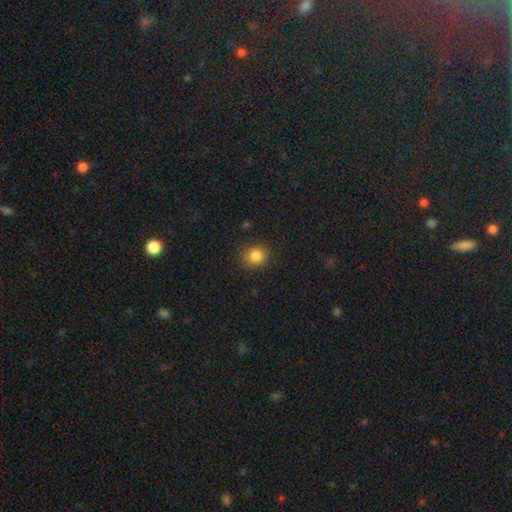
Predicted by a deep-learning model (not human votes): Smooth or featured: smooth — 84% (star or artifact — 11%)
How rounded: round — 77% (in between — 22%)
Merging: none — 84% (minor disturbance — 11%)